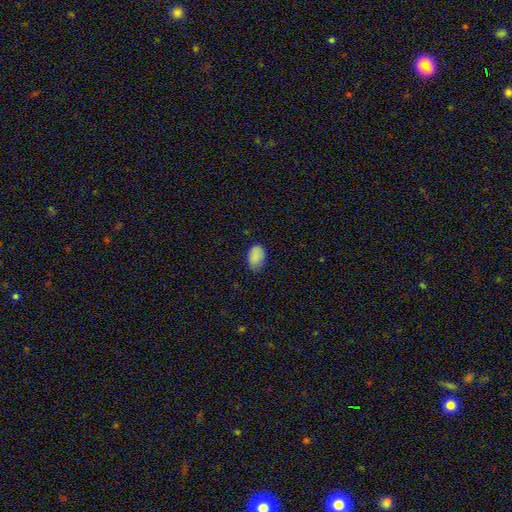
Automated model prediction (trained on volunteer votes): Q: Smooth or featured?
A: smooth (88%); runner-up: star or artifact (8%)
Q: How rounded?
A: in between (86%); runner-up: round (12%)
Q: Merging?
A: none (75%); runner-up: minor disturbance (21%)